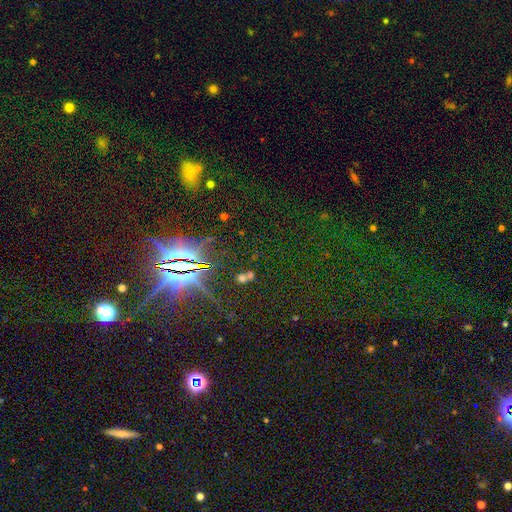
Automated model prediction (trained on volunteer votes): This is clearly a star or artifact rather than a galaxy (82%).